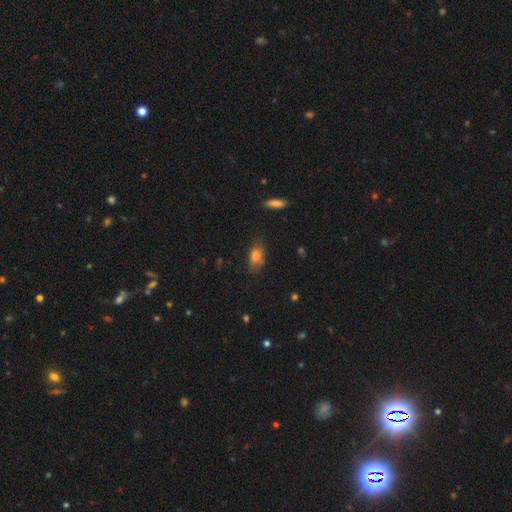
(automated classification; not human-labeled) Q: Smooth or featured?
A: smooth (76%); runner-up: featured or disk (14%)
Q: How rounded?
A: in between (85%); runner-up: round (8%)
Q: Merging?
A: none (65%); runner-up: minor disturbance (26%)